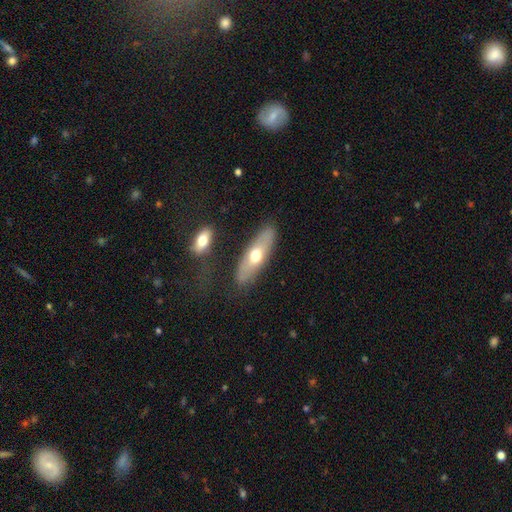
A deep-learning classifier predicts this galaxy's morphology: Smooth or featured? Predicted: smooth (p=0.54). How rounded? Predicted: in between (p=0.56). Merging? Predicted: none (p=0.82).